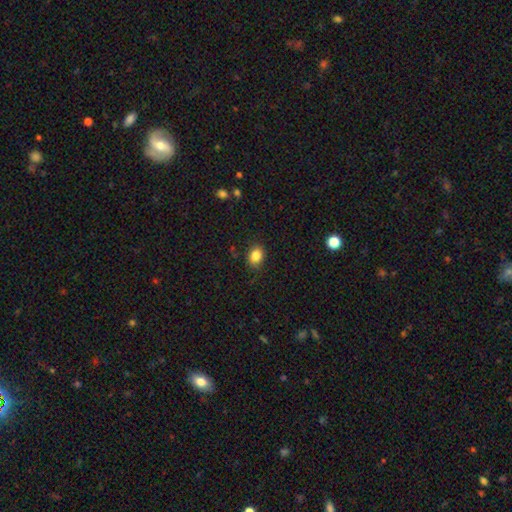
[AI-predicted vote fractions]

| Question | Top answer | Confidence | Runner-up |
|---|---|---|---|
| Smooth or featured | smooth | 85% | star or artifact (10%) |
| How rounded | in between | 61% | round (38%) |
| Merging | none | 85% | minor disturbance (11%) |